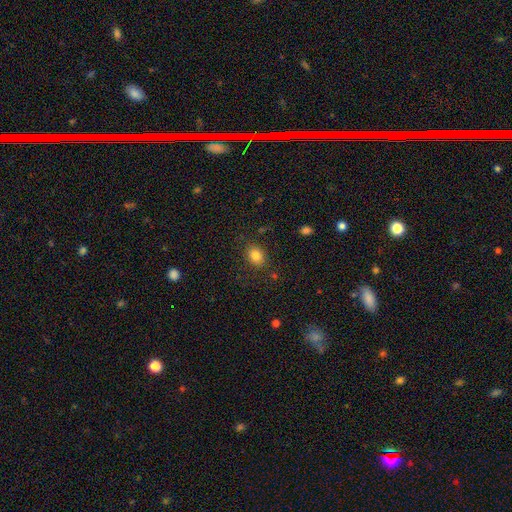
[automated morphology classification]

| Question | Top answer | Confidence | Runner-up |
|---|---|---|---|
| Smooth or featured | smooth | 82% | star or artifact (11%) |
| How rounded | in between | 58% | round (41%) |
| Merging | none | 83% | minor disturbance (11%) |